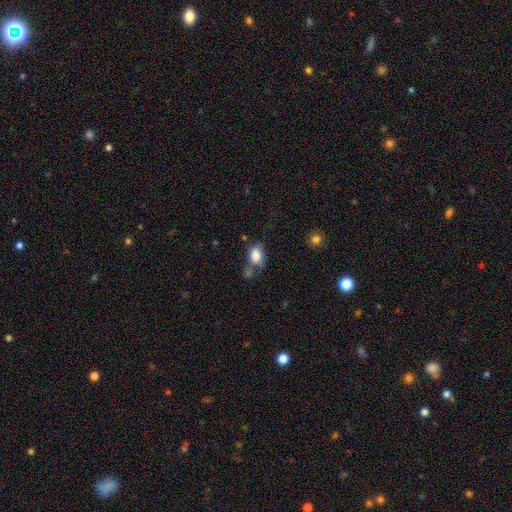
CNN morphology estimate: This is clearly a smooth galaxy (83%). How rounded: clearly in between (83%). Merging: marginally none (44%).